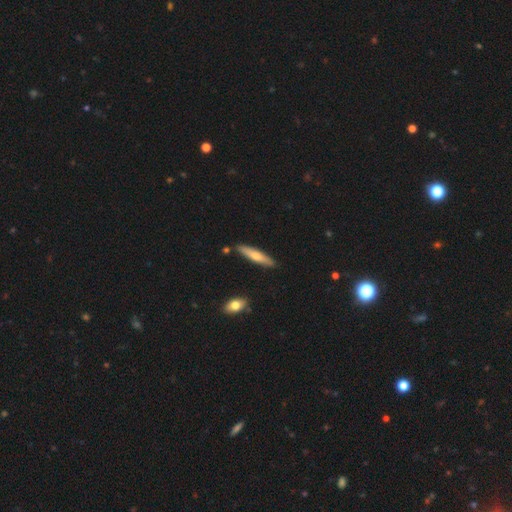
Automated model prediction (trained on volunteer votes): Smooth or featured? smooth (60%)
How rounded? cigar-shaped (85%)
Merging? none (86%)